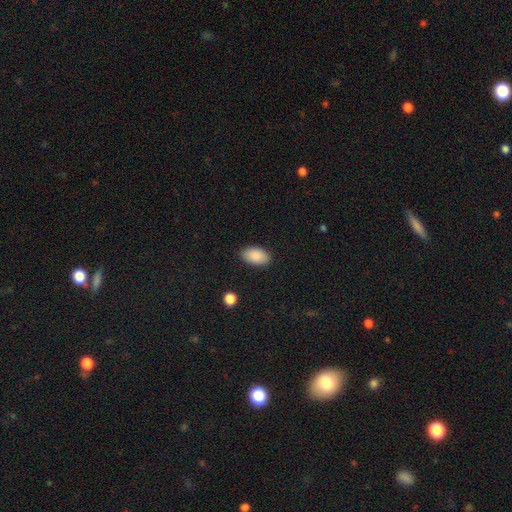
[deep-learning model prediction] Overall: smooth (89%). How rounded: in between (94%). Merging: none (87%).